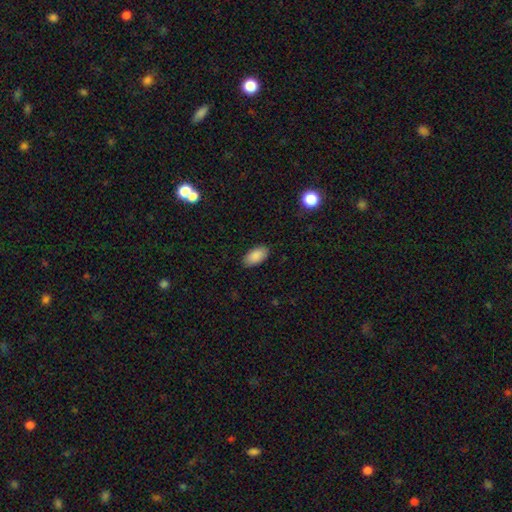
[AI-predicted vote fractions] Q: Smooth or featured?
A: smooth (89%); runner-up: star or artifact (7%)
Q: How rounded?
A: in between (94%); runner-up: round (3%)
Q: Merging?
A: none (88%); runner-up: minor disturbance (9%)